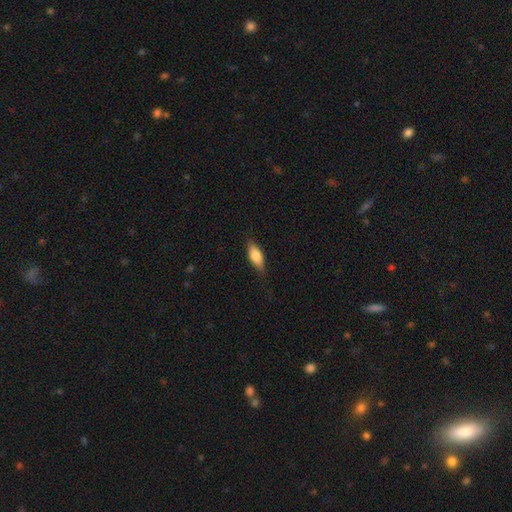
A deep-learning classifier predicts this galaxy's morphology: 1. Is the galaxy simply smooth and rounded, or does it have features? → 72% smooth, 21% featured or disk, 6% star or artifact.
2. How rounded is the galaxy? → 69% in between, 28% cigar-shaped, 3% round.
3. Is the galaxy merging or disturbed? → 80% none, 15% minor disturbance, 3% major disturbance, 1% merger.